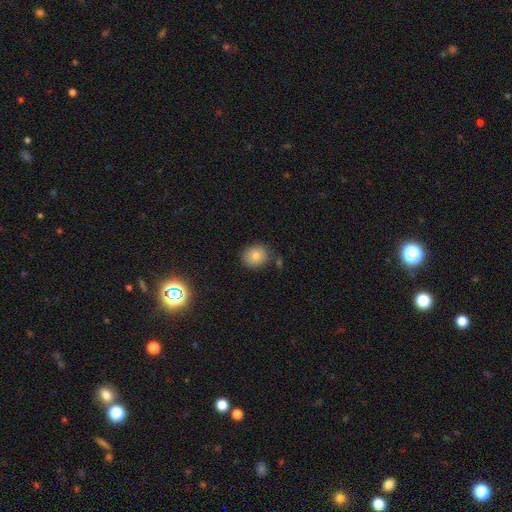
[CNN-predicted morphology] This is clearly a smooth galaxy (82%). How rounded: likely round (75%). Merging: likely none (79%).